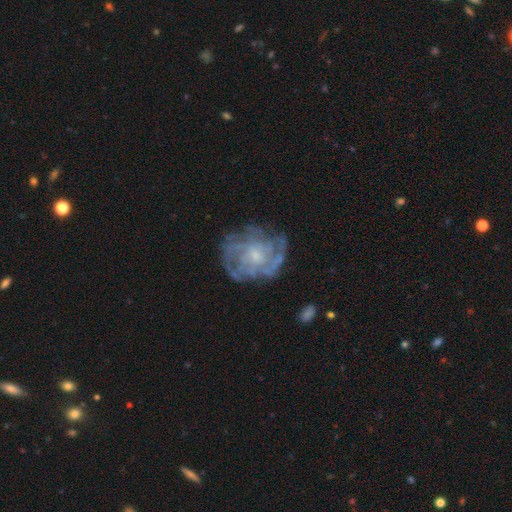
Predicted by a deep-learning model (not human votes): Smooth or featured: featured or disk — 80% (smooth — 12%)
Edge-on disk: no — 98% (yes — 2%)
Bar: no — 73% (weak — 24%)
Spiral arms: yes — 82% (no — 18%)
Spiral winding: tight — 54% (medium — 34%)
Spiral arm count: can't tell — 46% (4 — 17%)
Bulge size: small — 67% (moderate — 24%)
Merging: none — 66% (minor disturbance — 19%)